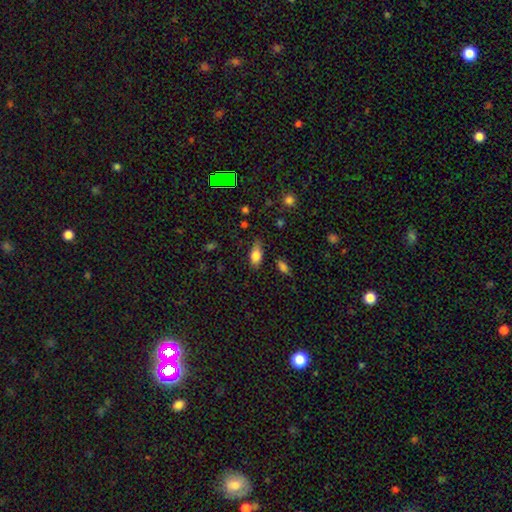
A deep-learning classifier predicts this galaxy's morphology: smooth-or-featured: smooth: 76% | featured or disk: 15% | star or artifact: 9%
  how-rounded: in between: 84% | cigar-shaped: 10% | round: 5%
  merging: none: 69% | minor disturbance: 23% | major disturbance: 5% | merger: 2%